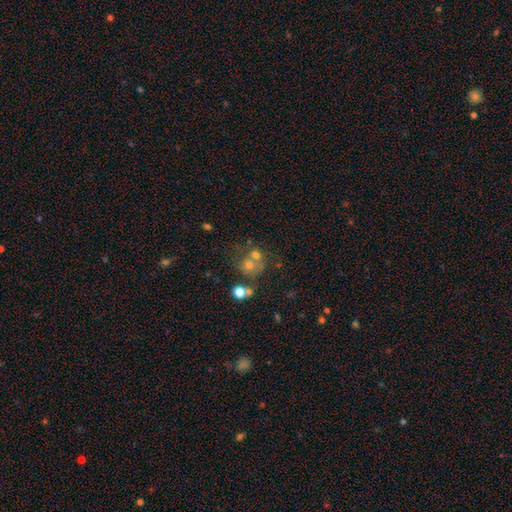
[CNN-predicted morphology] Overall: smooth (41%; star or artifact 36%). Merging: none (49%; merger 31%).